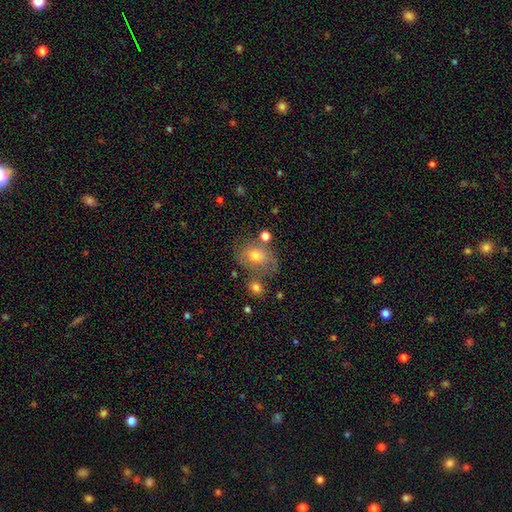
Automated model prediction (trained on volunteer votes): Q: Smooth or featured?
A: smooth (54%); runner-up: featured or disk (35%)
Q: How rounded?
A: in between (59%); runner-up: round (40%)
Q: Merging?
A: none (54%); runner-up: minor disturbance (22%)